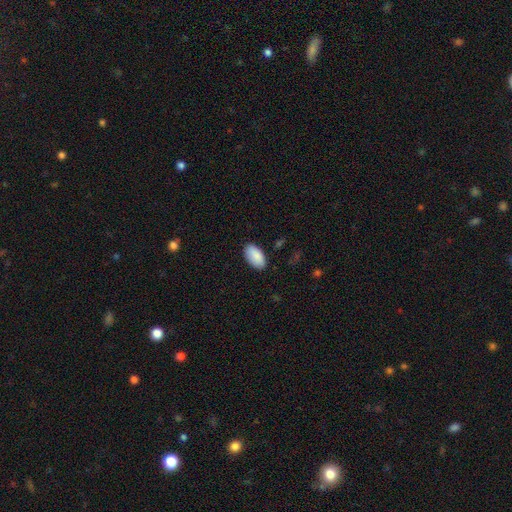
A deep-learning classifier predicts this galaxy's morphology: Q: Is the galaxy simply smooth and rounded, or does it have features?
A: smooth — 90%.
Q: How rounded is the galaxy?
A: in between — 95%.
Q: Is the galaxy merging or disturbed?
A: none — 87%.